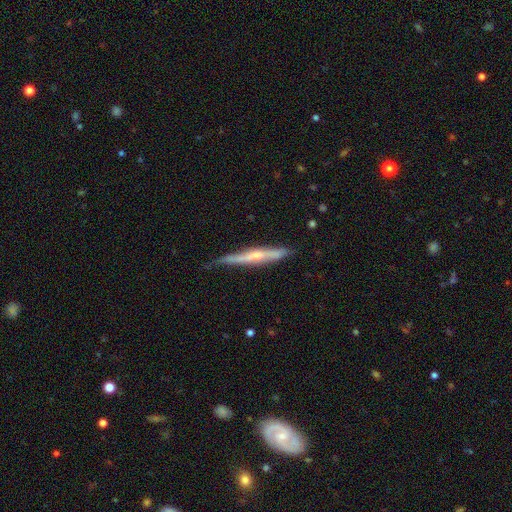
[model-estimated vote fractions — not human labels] Q: Smooth or featured?
A: featured or disk (60%); runner-up: smooth (34%)
Q: Edge-on disk?
A: yes (92%); runner-up: no (8%)
Q: Edge-on bulge?
A: rounded (51%); runner-up: none (38%)
Q: Merging?
A: none (62%); runner-up: minor disturbance (30%)